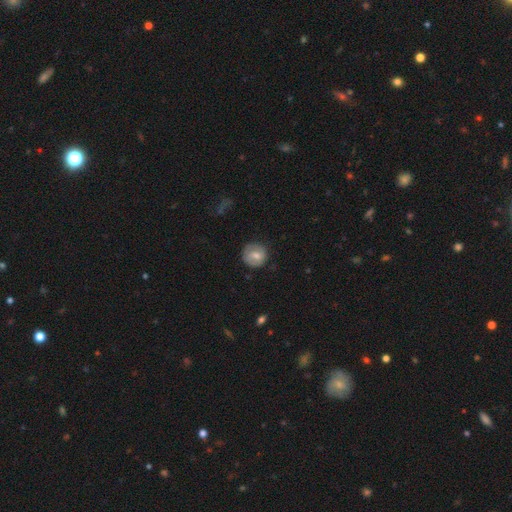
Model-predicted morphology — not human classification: type=smooth (57%); roundness=round (87%); merging=none (79%).